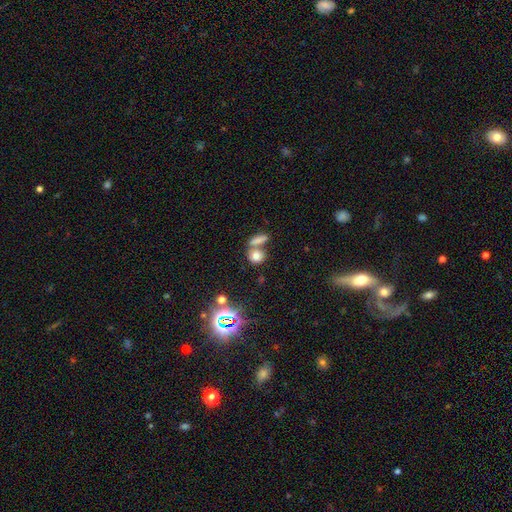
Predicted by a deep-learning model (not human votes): Smooth or featured?
  - smooth: 74% *
  - star or artifact: 16%
  - featured or disk: 10%
How rounded?
  - round: 66% *
  - in between: 30%
  - cigar-shaped: 4%
Merging?
  - none: 50% *
  - merger: 37%
  - minor disturbance: 9%
  - major disturbance: 4%